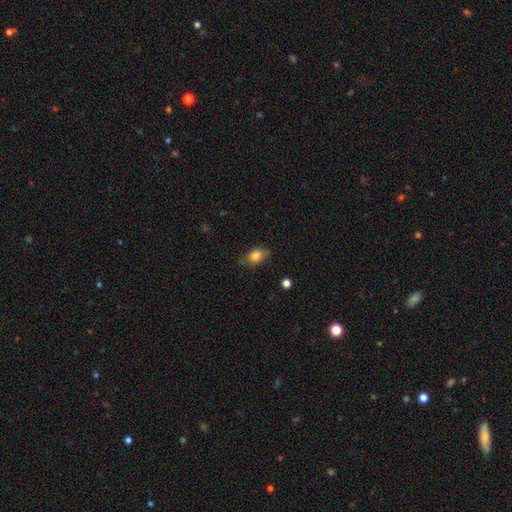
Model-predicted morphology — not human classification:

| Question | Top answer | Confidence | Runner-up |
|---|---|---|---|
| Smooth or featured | smooth | 78% | featured or disk (14%) |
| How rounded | in between | 81% | round (13%) |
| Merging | none | 74% | minor disturbance (20%) |